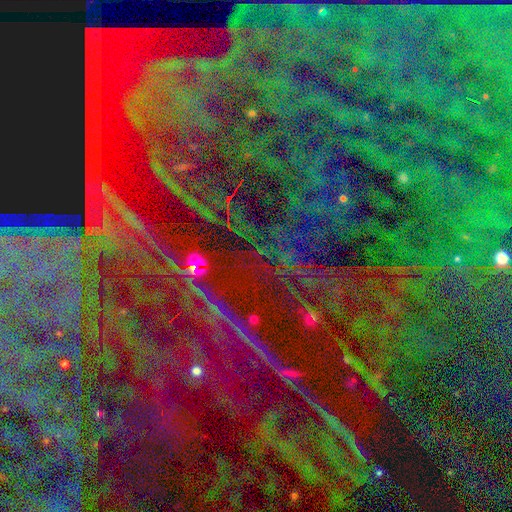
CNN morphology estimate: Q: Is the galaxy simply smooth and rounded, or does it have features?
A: star or artifact — 82%.